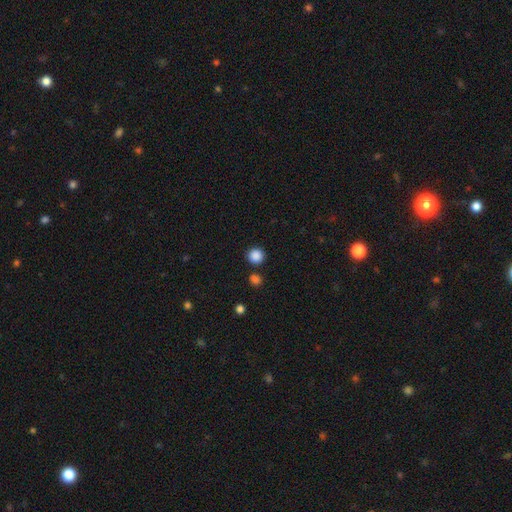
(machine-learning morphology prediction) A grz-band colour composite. It shows a smooth galaxy with no disk features (87%) that is round (94%). Merging: none (86%).